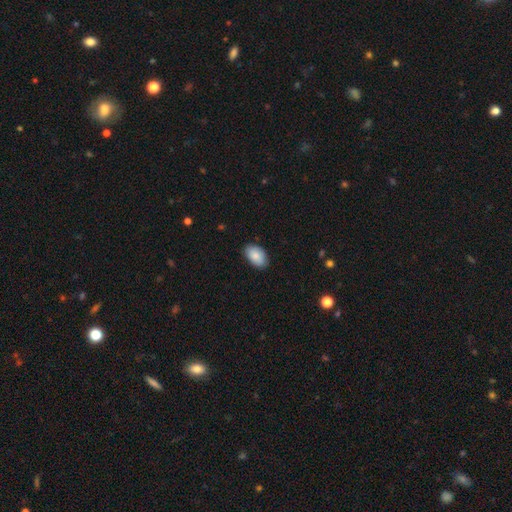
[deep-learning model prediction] smooth_or_featured: smooth (p=0.87) [alt: featured or disk p=0.07]
how_rounded: in between (p=0.93) [alt: round p=0.05]
merging: none (p=0.85) [alt: minor disturbance p=0.12]